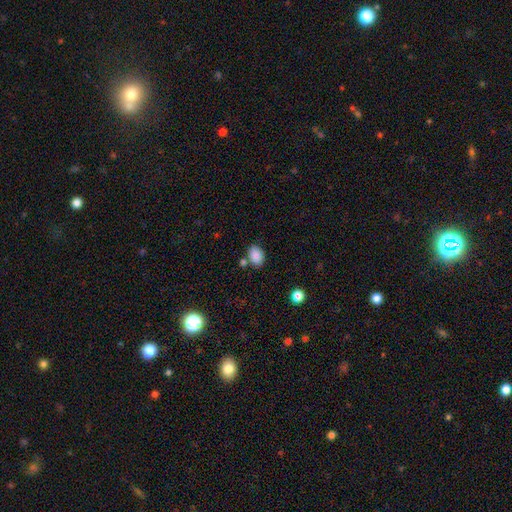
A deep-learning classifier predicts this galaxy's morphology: smooth 88%, star or artifact 9%, featured or disk 4%. Down the decision tree: how rounded — in between (78%); merging — none (74%).